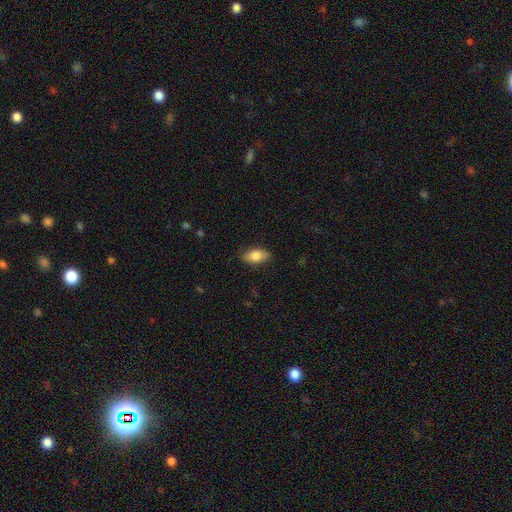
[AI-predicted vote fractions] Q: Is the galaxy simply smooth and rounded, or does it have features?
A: smooth — 82%.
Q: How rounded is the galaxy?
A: in between — 90%.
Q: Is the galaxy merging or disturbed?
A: none — 85%.